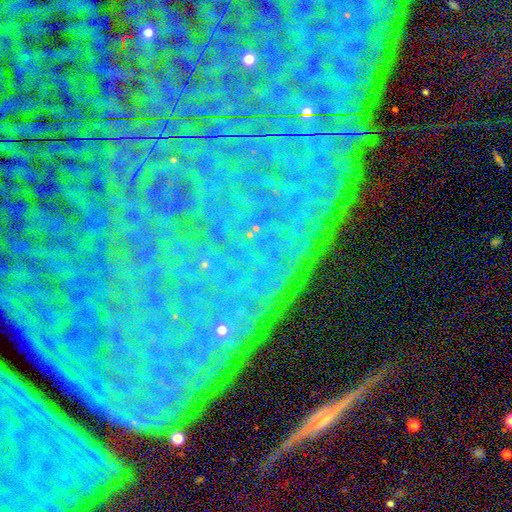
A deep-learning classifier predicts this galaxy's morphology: smooth_or_featured: star or artifact (p=0.78) [alt: featured or disk p=0.13]